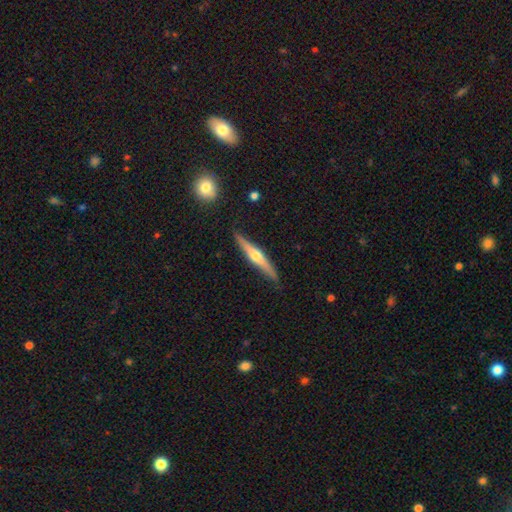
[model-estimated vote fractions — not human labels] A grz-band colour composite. It shows a featured or disk galaxy (64%) viewed edge-on (96%) with a rounded central bulge (87%). Merging: none (87%).